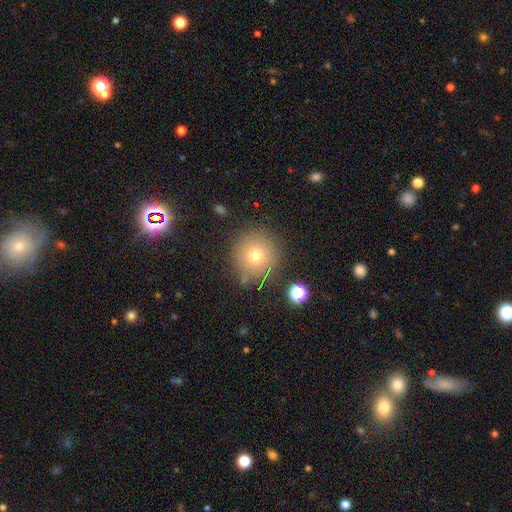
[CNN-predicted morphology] smooth 70%, star or artifact 16%, featured or disk 14%. Down the decision tree: how rounded — round (92%); merging — none (83%).